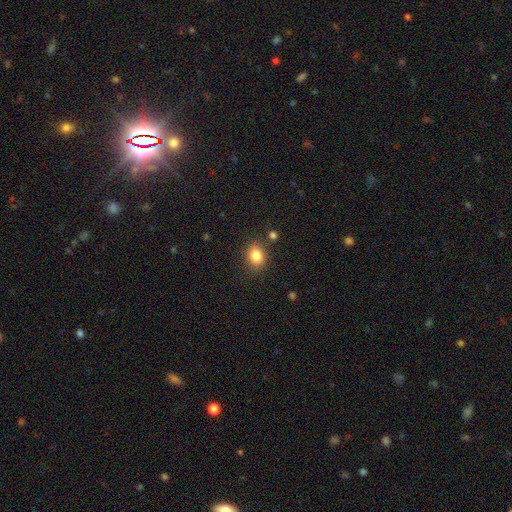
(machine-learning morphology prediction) A smooth galaxy with no disk features (82%) that is in between round and cigar-shaped (59%). Merging: none (81%).